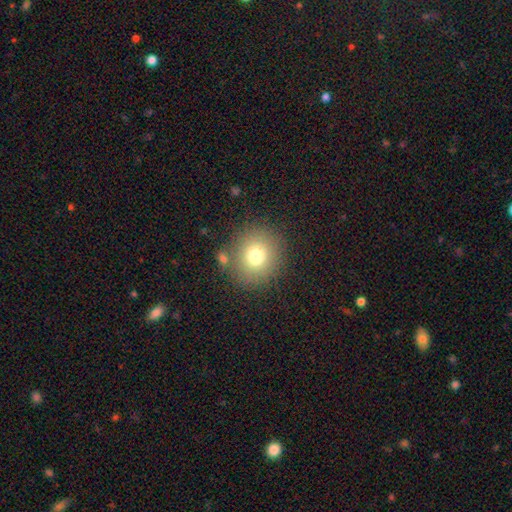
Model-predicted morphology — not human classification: Q: Smooth or featured?
A: smooth (76%); runner-up: star or artifact (13%)
Q: How rounded?
A: round (84%); runner-up: in between (15%)
Q: Merging?
A: none (81%); runner-up: minor disturbance (10%)